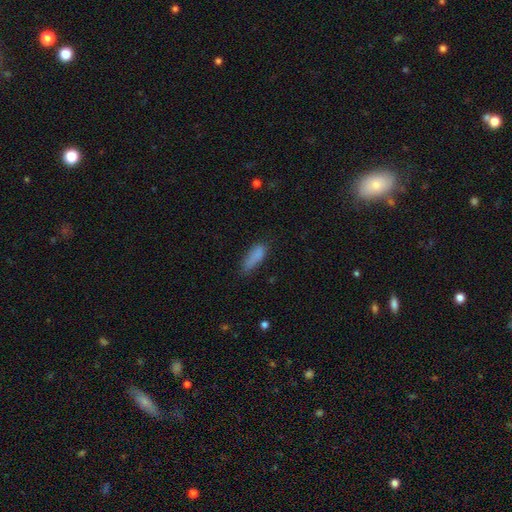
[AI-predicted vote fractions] Smooth or featured?
  - smooth: 83% *
  - star or artifact: 9%
  - featured or disk: 8%
How rounded?
  - in between: 52% *
  - cigar-shaped: 45%
  - round: 2%
Merging?
  - none: 59% *
  - minor disturbance: 28%
  - major disturbance: 10%
  - merger: 3%